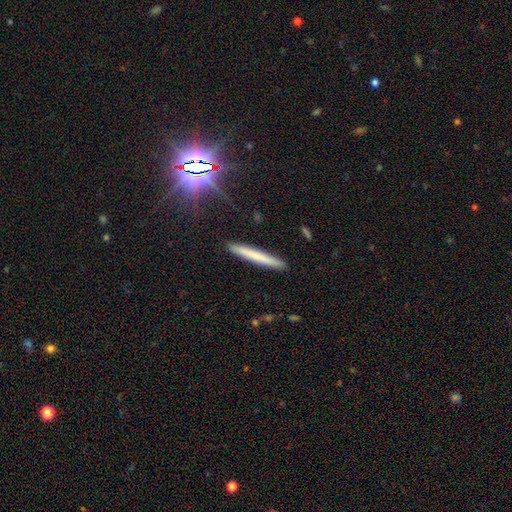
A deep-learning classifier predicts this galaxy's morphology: Q: Smooth or featured?
A: smooth (65%); runner-up: featured or disk (25%)
Q: How rounded?
A: cigar-shaped (97%); runner-up: in between (2%)
Q: Merging?
A: none (92%); runner-up: minor disturbance (6%)